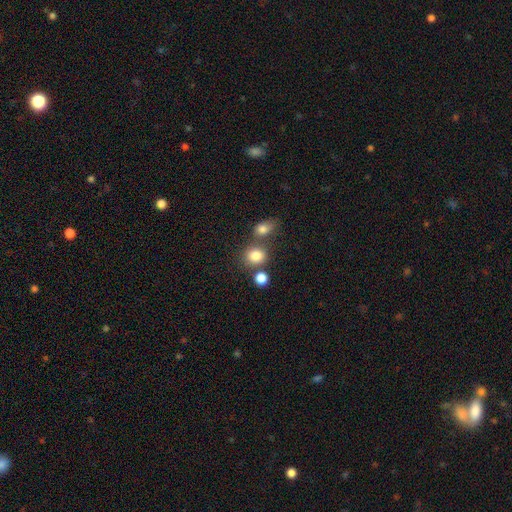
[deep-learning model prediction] Smooth or featured?
  - smooth: 80% *
  - star or artifact: 12%
  - featured or disk: 7%
How rounded?
  - round: 70% *
  - in between: 29%
  - cigar-shaped: 1%
Merging?
  - none: 59% *
  - merger: 26%
  - minor disturbance: 11%
  - major disturbance: 5%